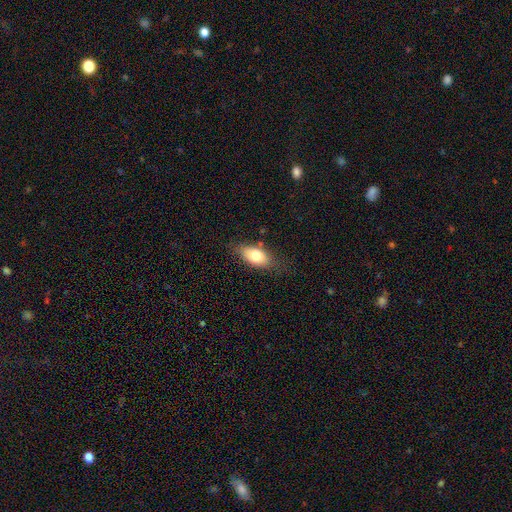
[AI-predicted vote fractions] Smooth or featured: smooth — 76% (featured or disk — 16%)
How rounded: in between — 87% (cigar-shaped — 7%)
Merging: none — 74% (minor disturbance — 19%)